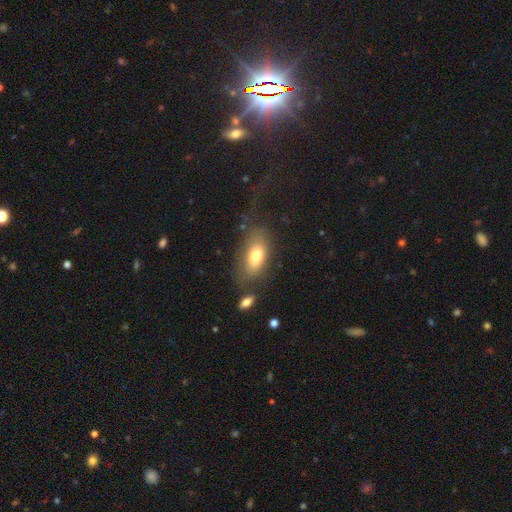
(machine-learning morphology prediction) This appears to be a smooth galaxy with no disk features (73%) that is in between round and cigar-shaped (88%). Merging: none (63%).